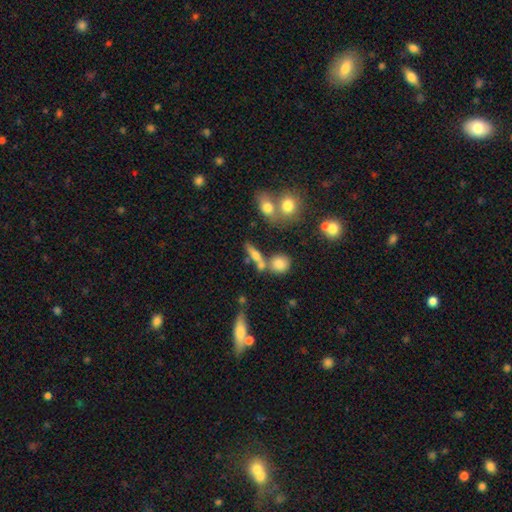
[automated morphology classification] smooth 51%, featured or disk 36%, star or artifact 13%. Down the decision tree: how rounded — cigar-shaped (50%); merging — none (54%).